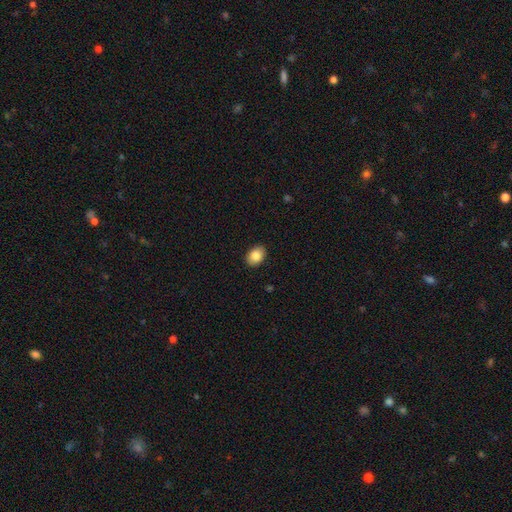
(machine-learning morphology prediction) Overall: smooth (86%). How rounded: in between (78%). Merging: none (90%).